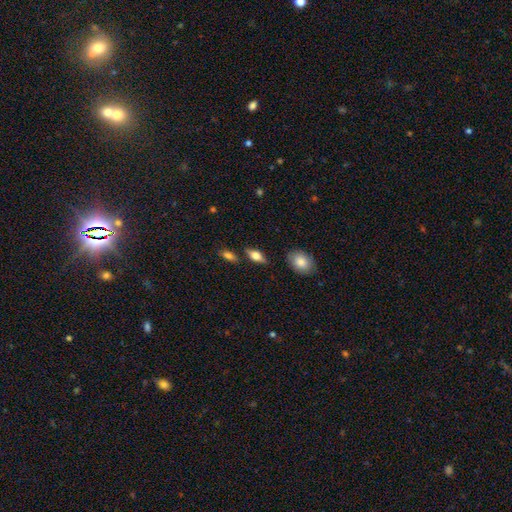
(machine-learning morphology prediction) A smooth galaxy with no disk features (53%) that is in between round and cigar-shaped (79%). Merging: none (81%).